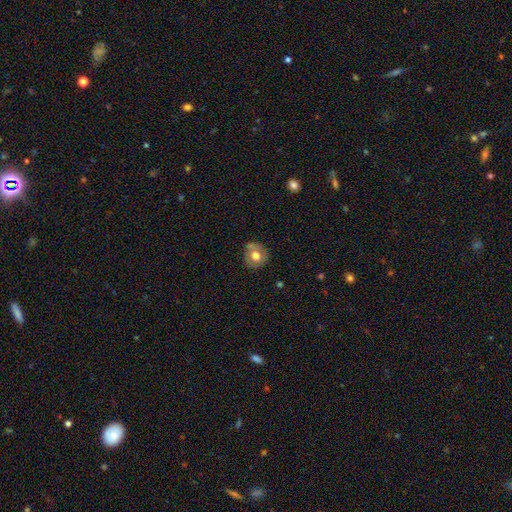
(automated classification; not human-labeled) Smooth or featured?
  - smooth: 63% *
  - featured or disk: 29%
  - star or artifact: 8%
How rounded?
  - round: 84% *
  - in between: 15%
  - cigar-shaped: 1%
Merging?
  - none: 74% *
  - minor disturbance: 18%
  - major disturbance: 5%
  - merger: 4%